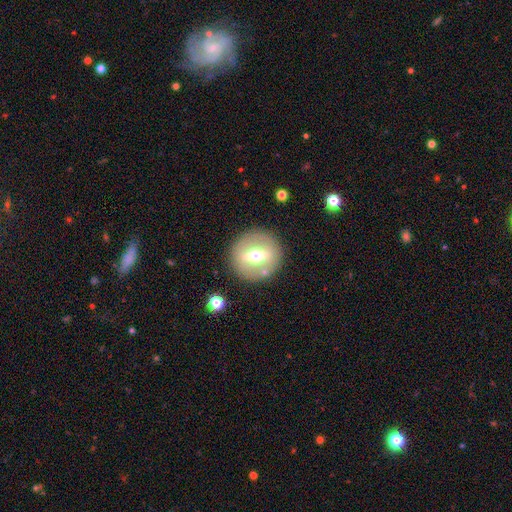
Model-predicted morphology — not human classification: A featured or disk galaxy (57%). Merging: none (87%).